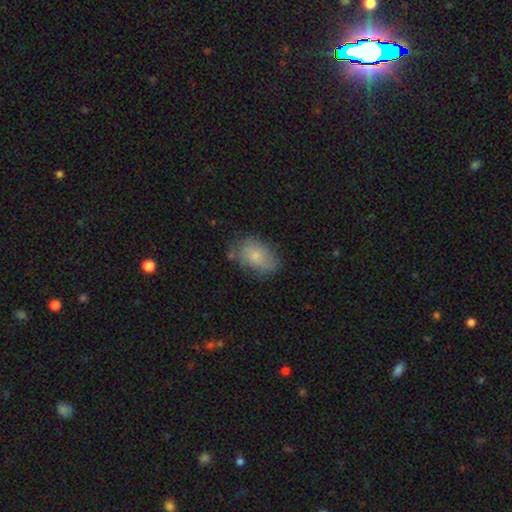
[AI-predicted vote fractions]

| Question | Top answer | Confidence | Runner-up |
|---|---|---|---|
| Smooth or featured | smooth | 69% | featured or disk (23%) |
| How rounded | in between | 88% | round (11%) |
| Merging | none | 63% | minor disturbance (26%) |